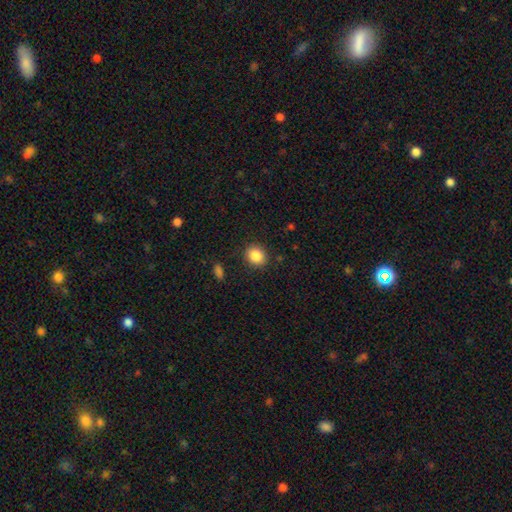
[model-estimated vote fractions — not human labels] smooth 86%, star or artifact 9%, featured or disk 5%. Down the decision tree: how rounded — round (72%); merging — none (88%).